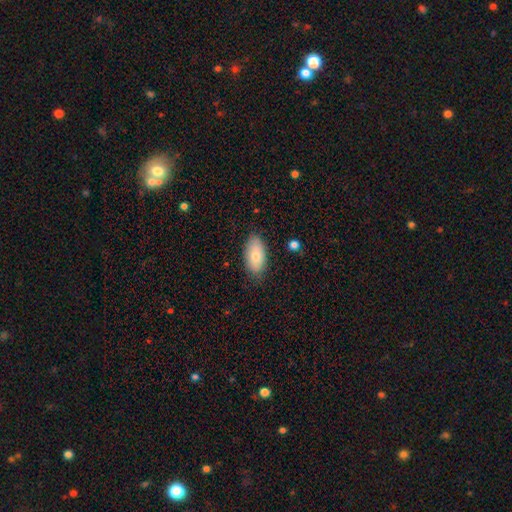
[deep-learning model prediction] smooth-or-featured: smooth: 77% | featured or disk: 16% | star or artifact: 7%
  how-rounded: in between: 93% | cigar-shaped: 3% | round: 3%
  merging: none: 82% | minor disturbance: 14% | major disturbance: 3% | merger: 1%